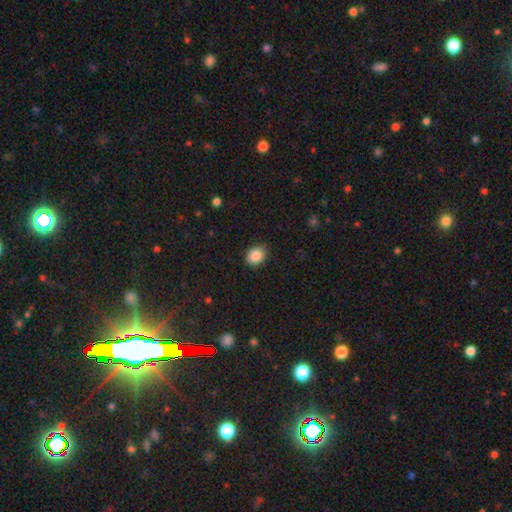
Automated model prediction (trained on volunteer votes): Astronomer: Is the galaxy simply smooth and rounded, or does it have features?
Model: smooth — 88%.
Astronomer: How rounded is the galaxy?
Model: in between — 60% (runner-up: round, 39%).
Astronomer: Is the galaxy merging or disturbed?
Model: none — 85%.